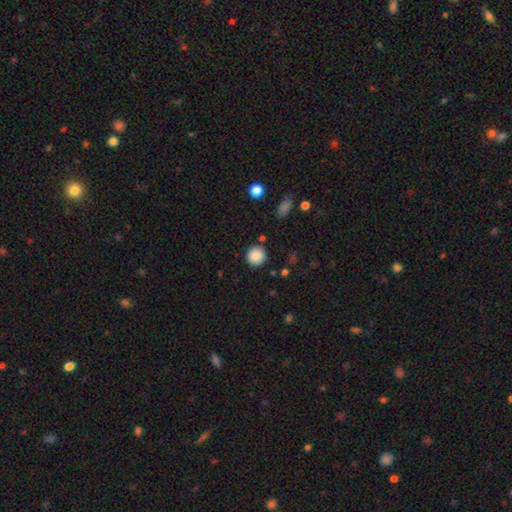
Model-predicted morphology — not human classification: Overall: smooth (88%). How rounded: round (93%). Merging: none (89%).